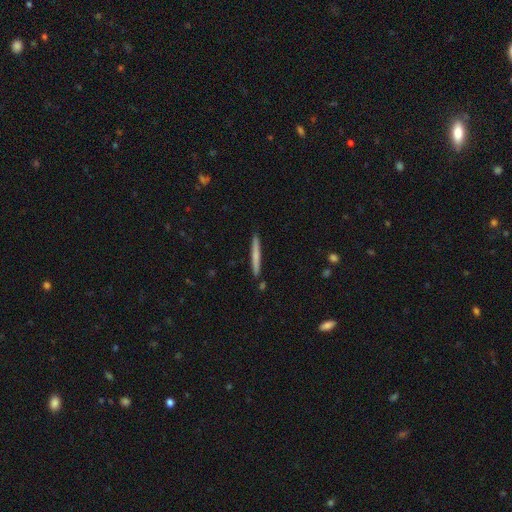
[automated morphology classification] smooth_or_featured: smooth (p=0.64) [alt: featured or disk p=0.31]
how_rounded: cigar-shaped (p=0.97) [alt: in between p=0.02]
merging: none (p=0.90) [alt: minor disturbance p=0.06]